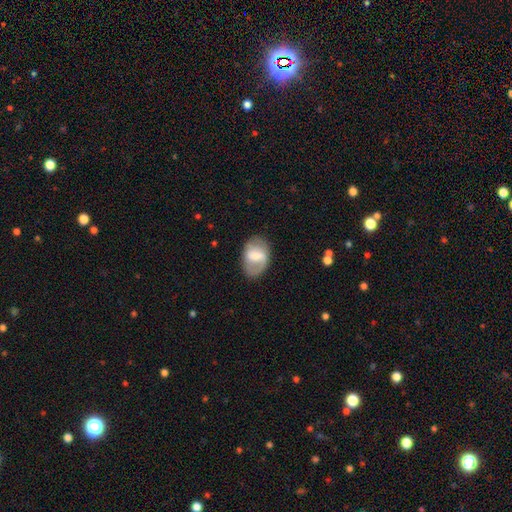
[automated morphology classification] The model was most divided on "bulge size": moderate: 42%, small: 38%, large: 10%, none: 8%, dominant: 2%. Remaining: edge-on disk — no (96%); merging — none (71%); spiral arms — yes (67%); smooth or featured — featured or disk (53%); bar — weak (49%).